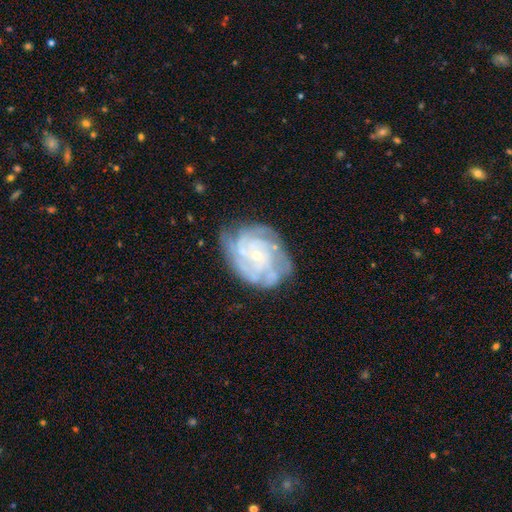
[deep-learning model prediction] Smooth or featured?
  - featured or disk: 84% *
  - smooth: 9%
  - star or artifact: 7%
Edge-on disk?
  - no: 97% *
  - yes: 3%
Bar?
  - no: 76% *
  - weak: 19%
  - strong: 5%
Spiral arms?
  - yes: 93% *
  - no: 7%
Spiral winding?
  - tight: 68% *
  - medium: 26%
  - loose: 6%
Spiral arm count?
  - can't tell: 33% *
  - 4: 22%
  - 3: 19%
  - 2: 13%
  - more than 4: 8%
  - 1: 6%
Bulge size?
  - small: 78% *
  - moderate: 18%
  - none: 2%
  - large: 1%
  - dominant: 1%
Merging?
  - none: 66% *
  - minor disturbance: 22%
  - major disturbance: 10%
  - merger: 2%